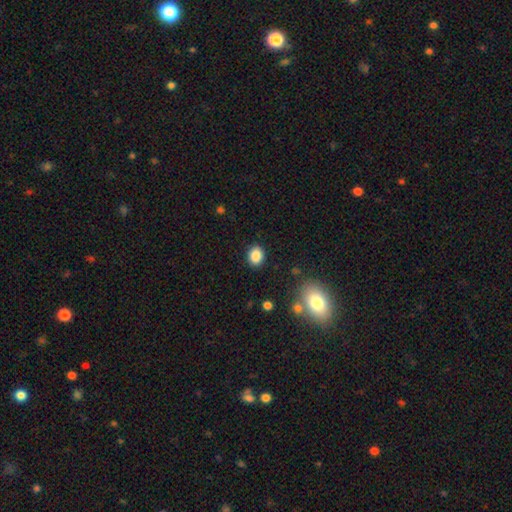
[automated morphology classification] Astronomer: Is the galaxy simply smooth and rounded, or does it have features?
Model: smooth — 87%.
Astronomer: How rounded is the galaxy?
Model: round — 58% (runner-up: in between, 41%).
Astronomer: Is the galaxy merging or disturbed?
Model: none — 89%.